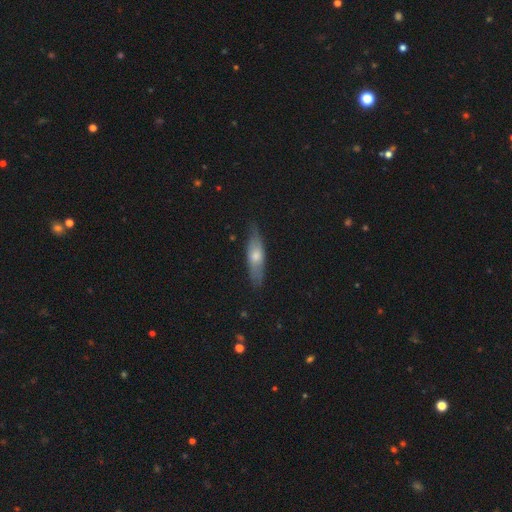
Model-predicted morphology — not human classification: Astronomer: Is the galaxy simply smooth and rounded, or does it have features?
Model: smooth — 52% (runner-up: featured or disk, 42%).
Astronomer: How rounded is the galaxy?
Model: cigar-shaped — 60% (runner-up: in between, 38%).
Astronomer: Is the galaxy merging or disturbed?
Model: none — 81%.